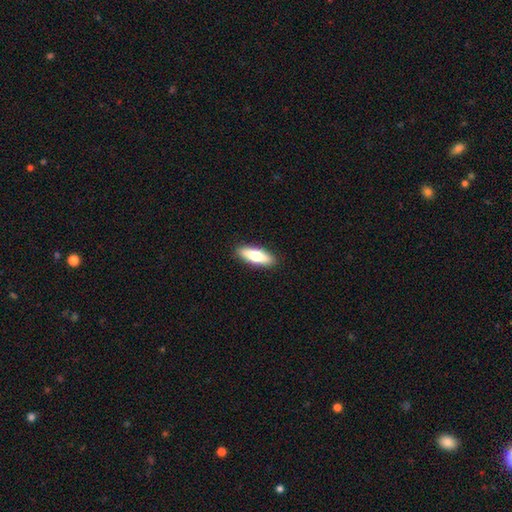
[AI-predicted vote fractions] This appears to be a smooth galaxy with no disk features (66%) that is cigar-shaped (50%). Merging: none (90%).